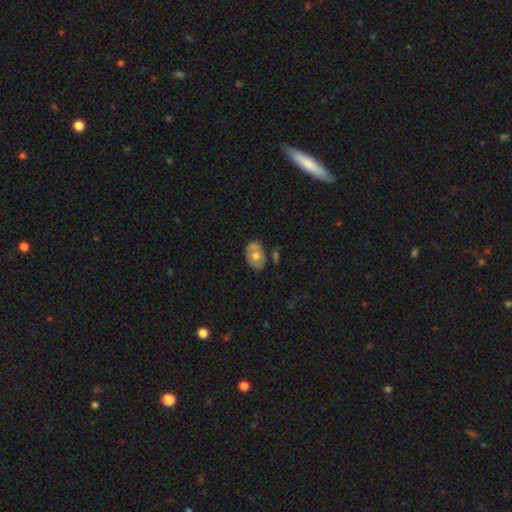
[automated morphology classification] Smooth or featured? smooth (56%)
How rounded? in between (74%)
Merging? none (62%)